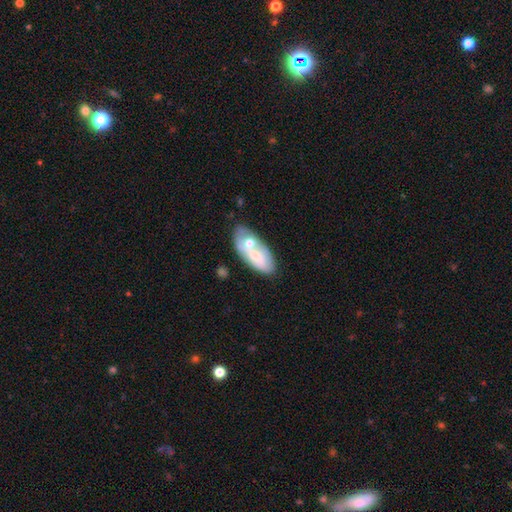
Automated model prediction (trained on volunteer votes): Q: Smooth or featured?
A: smooth (49%); runner-up: featured or disk (45%)
Q: Merging?
A: none (44%); runner-up: merger (33%)